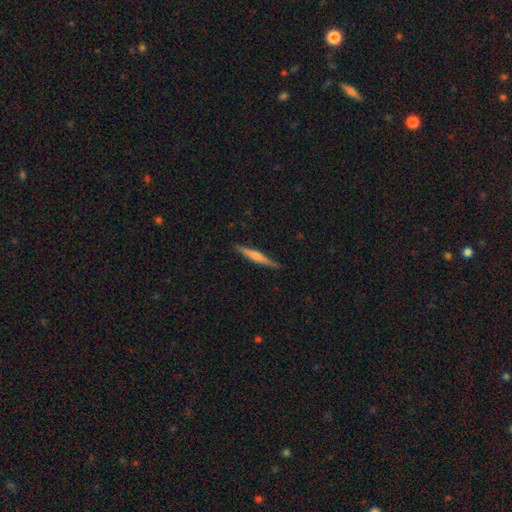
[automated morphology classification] Overall: featured or disk (59%; smooth 36%). Edge-on disk: yes (97%). Edge-on bulge: rounded (69%). Merging: none (90%).